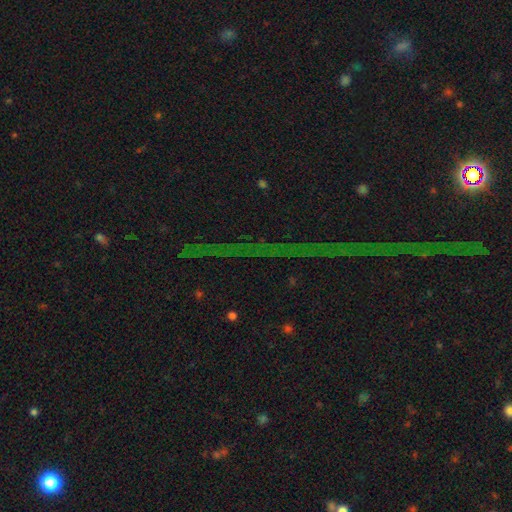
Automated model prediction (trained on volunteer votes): A star or artifact, not a galaxy (80%).